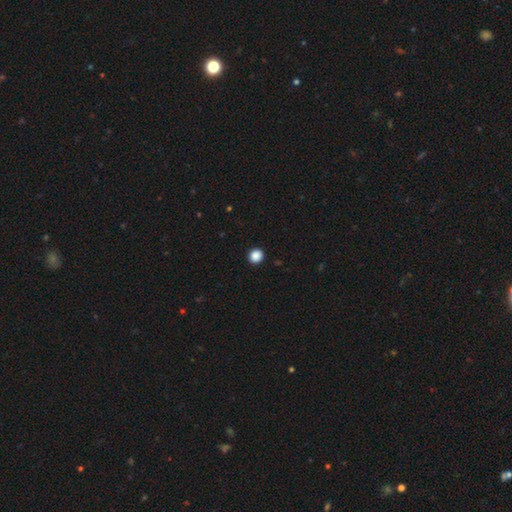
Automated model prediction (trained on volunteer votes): This appears to be a smooth galaxy with no disk features (88%) that is round (89%). Merging: none (93%).